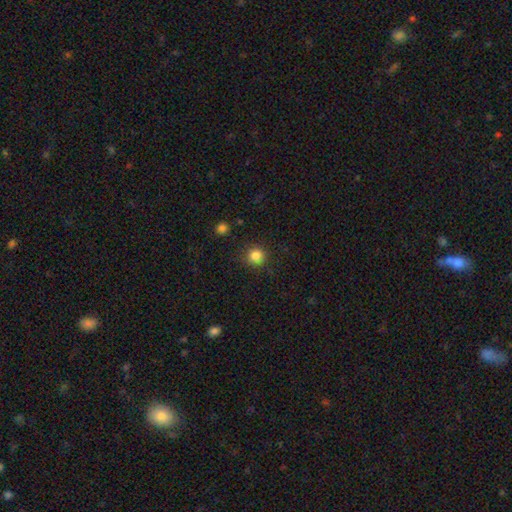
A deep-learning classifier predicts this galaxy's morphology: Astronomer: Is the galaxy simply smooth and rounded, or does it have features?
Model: smooth — 84%.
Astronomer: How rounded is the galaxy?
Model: round — 92%.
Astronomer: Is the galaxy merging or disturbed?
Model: none — 88%.